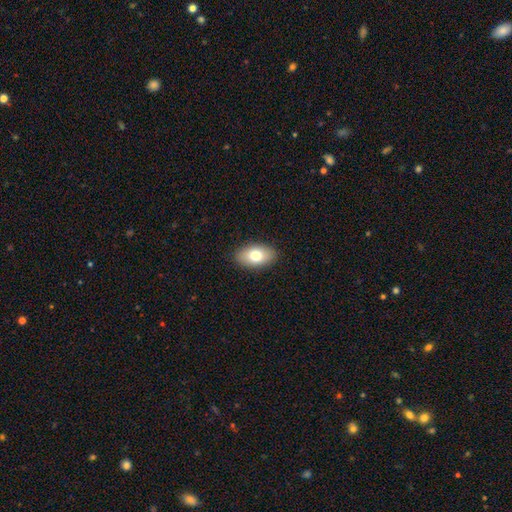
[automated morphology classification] smooth-or-featured: smooth: 76% | featured or disk: 16% | star or artifact: 8%
  how-rounded: in between: 92% | round: 6% | cigar-shaped: 2%
  merging: none: 89% | minor disturbance: 8% | major disturbance: 2% | merger: 1%